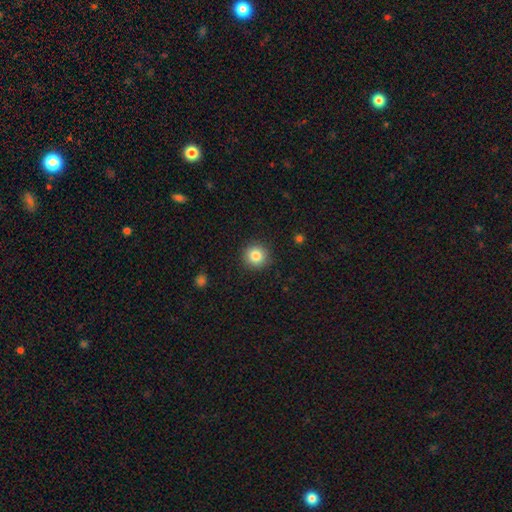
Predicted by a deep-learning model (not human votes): smooth 84%, star or artifact 10%, featured or disk 6%. Down the decision tree: how rounded — round (94%); merging — none (91%).